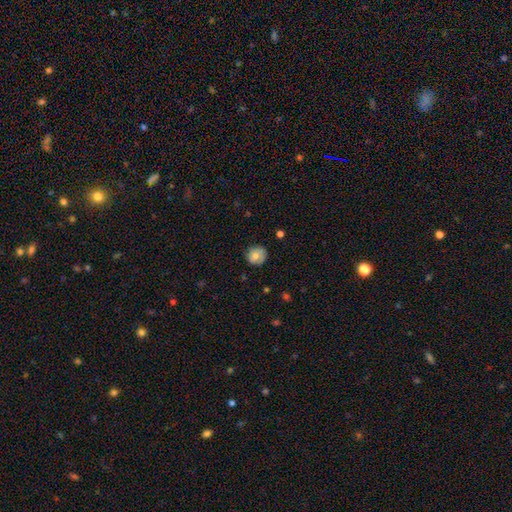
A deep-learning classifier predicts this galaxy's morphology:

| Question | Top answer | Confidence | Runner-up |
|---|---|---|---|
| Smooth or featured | smooth | 68% | featured or disk (24%) |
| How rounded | round | 84% | in between (15%) |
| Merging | none | 74% | minor disturbance (21%) |